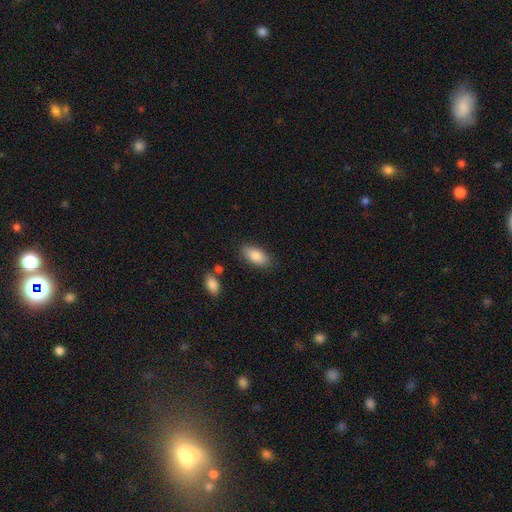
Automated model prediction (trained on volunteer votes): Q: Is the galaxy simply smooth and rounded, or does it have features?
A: smooth — 86%.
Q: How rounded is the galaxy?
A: in between — 90%.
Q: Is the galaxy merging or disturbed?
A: none — 82%.